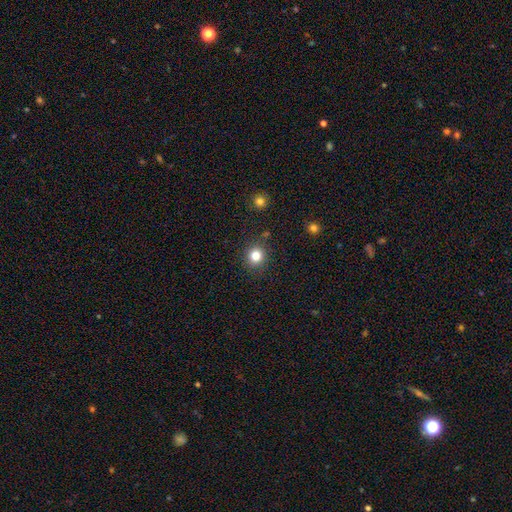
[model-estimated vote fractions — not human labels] Smooth or featured? smooth (82%)
How rounded? round (87%)
Merging? none (87%)